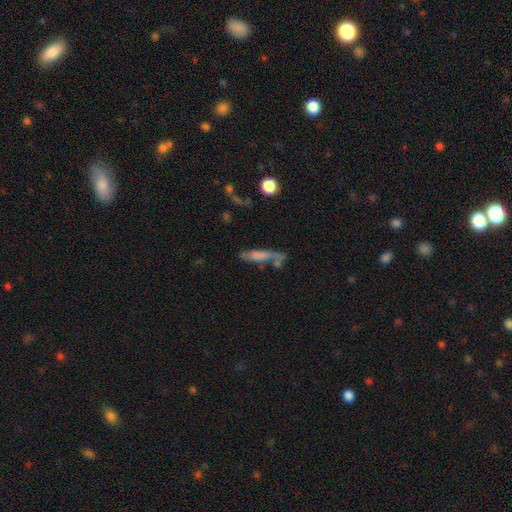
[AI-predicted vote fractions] Smooth or featured: smooth — 54% (featured or disk — 34%)
How rounded: cigar-shaped — 80% (in between — 17%)
Merging: none — 47% (minor disturbance — 20%)